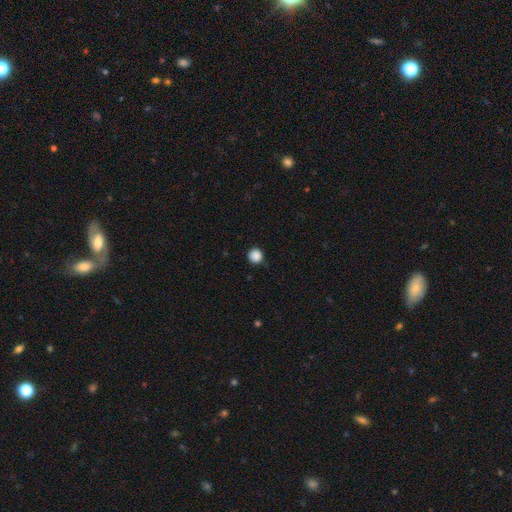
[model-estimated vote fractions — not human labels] Overall: smooth (87%). How rounded: round (95%). Merging: none (89%).